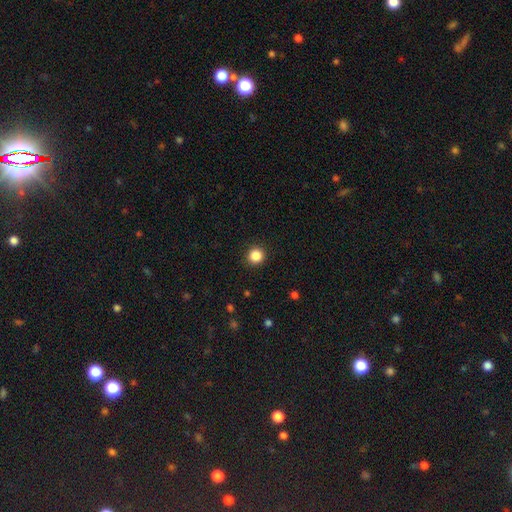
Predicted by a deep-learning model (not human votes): Overall: smooth (86%). How rounded: round (94%). Merging: none (92%).